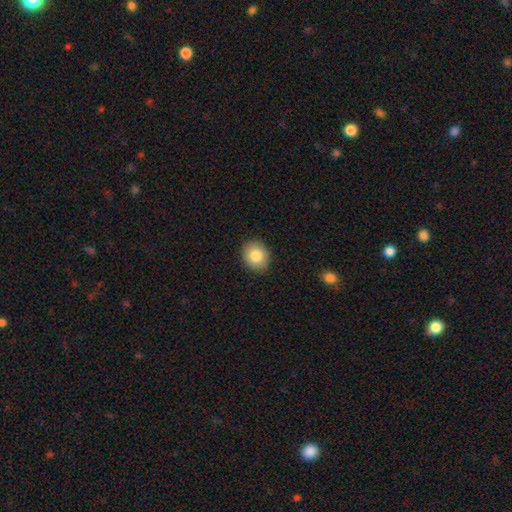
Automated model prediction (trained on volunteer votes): Smooth or featured? smooth (83%)
How rounded? round (67%)
Merging? none (89%)